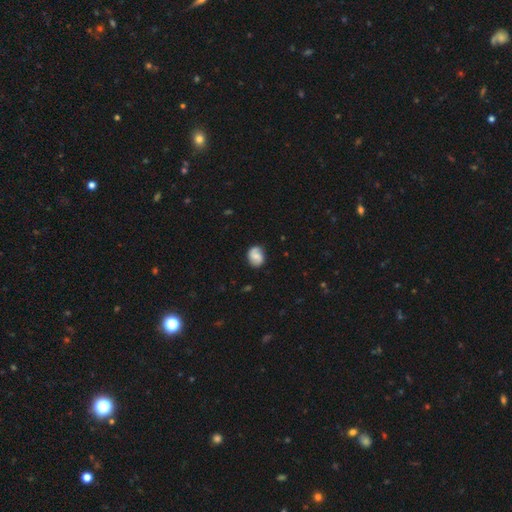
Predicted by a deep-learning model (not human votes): Q: Smooth or featured?
A: smooth (54%); runner-up: featured or disk (37%)
Q: How rounded?
A: in between (50%); runner-up: round (49%)
Q: Merging?
A: none (77%); runner-up: minor disturbance (18%)